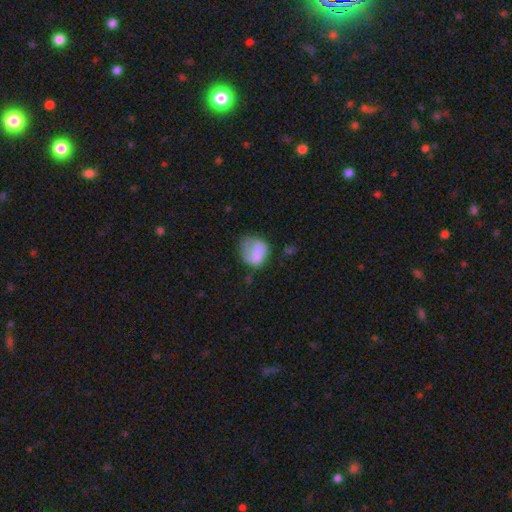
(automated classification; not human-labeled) Smooth or featured? smooth (72%)
How rounded? round (64%)
Merging? none (38%)